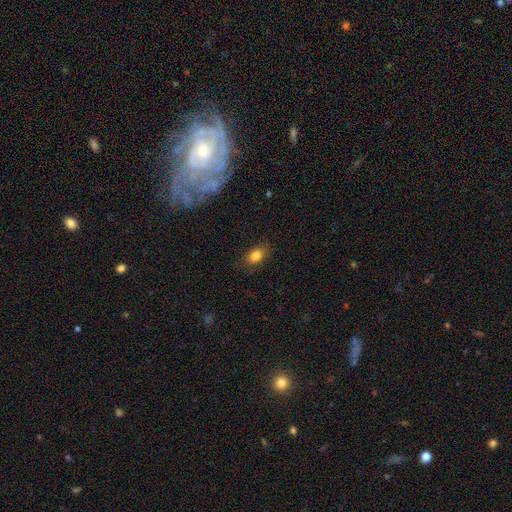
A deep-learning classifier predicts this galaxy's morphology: Smooth or featured?
  - smooth: 83% *
  - star or artifact: 9%
  - featured or disk: 8%
How rounded?
  - in between: 77% *
  - round: 20%
  - cigar-shaped: 3%
Merging?
  - none: 80% *
  - minor disturbance: 15%
  - major disturbance: 4%
  - merger: 1%